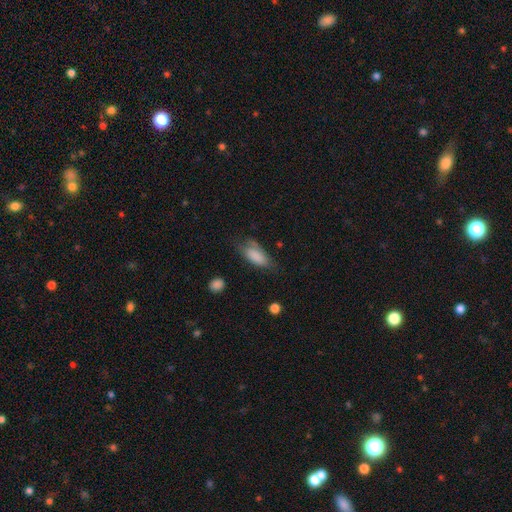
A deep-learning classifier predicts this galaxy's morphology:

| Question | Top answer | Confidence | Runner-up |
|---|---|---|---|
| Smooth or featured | smooth | 80% | featured or disk (13%) |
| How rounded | in between | 82% | cigar-shaped (15%) |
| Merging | none | 53% | minor disturbance (31%) |